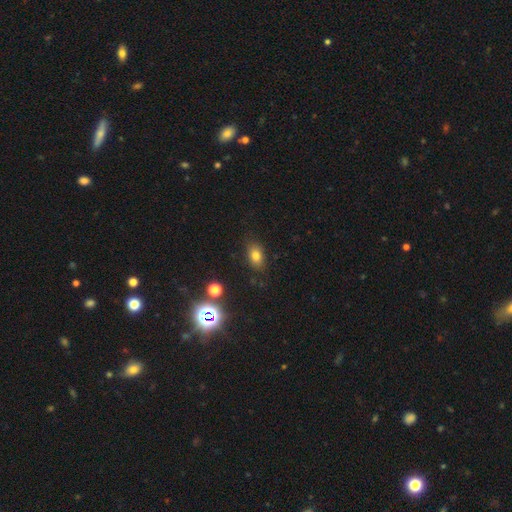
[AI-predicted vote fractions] Morphology: type=smooth (74%); roundness=in between (77%); merging=none (84%).